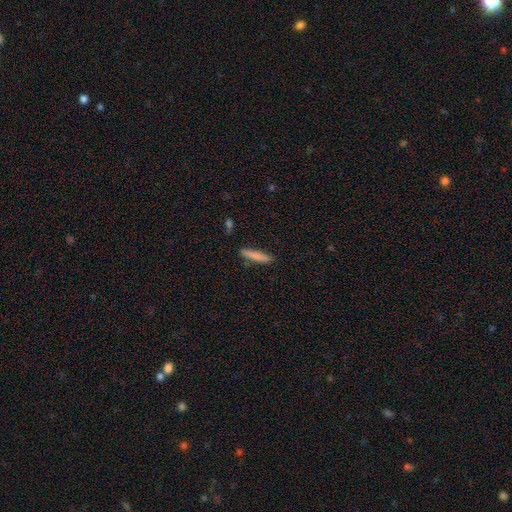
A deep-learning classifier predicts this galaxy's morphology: Q: Smooth or featured?
A: smooth (82%); runner-up: featured or disk (11%)
Q: How rounded?
A: cigar-shaped (89%); runner-up: in between (10%)
Q: Merging?
A: none (87%); runner-up: minor disturbance (10%)